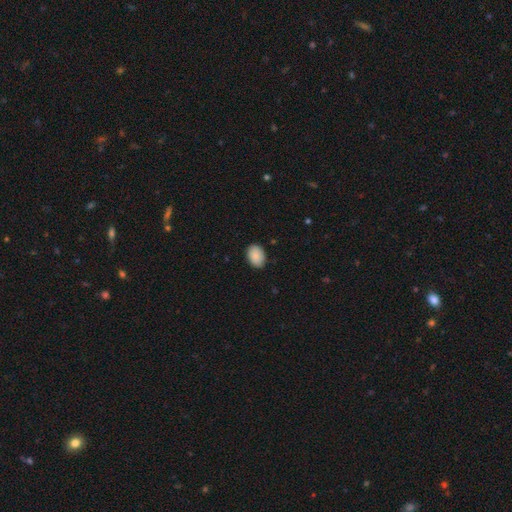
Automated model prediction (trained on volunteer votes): Smooth or featured? Predicted: smooth (p=0.89). How rounded? Predicted: in between (p=0.78). Merging? Predicted: none (p=0.84).